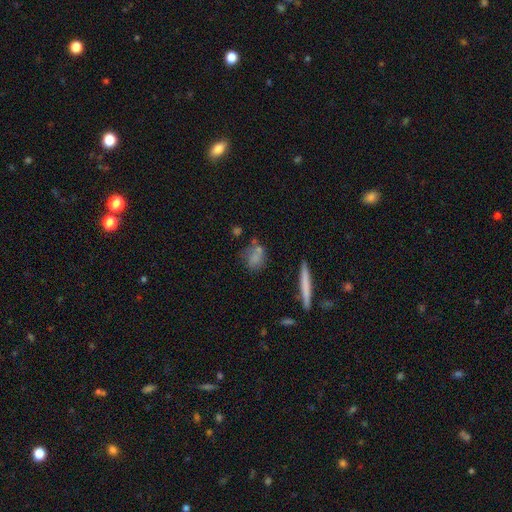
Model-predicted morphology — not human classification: Smooth or featured? smooth (68%)
How rounded? in between (55%)
Merging? none (53%)